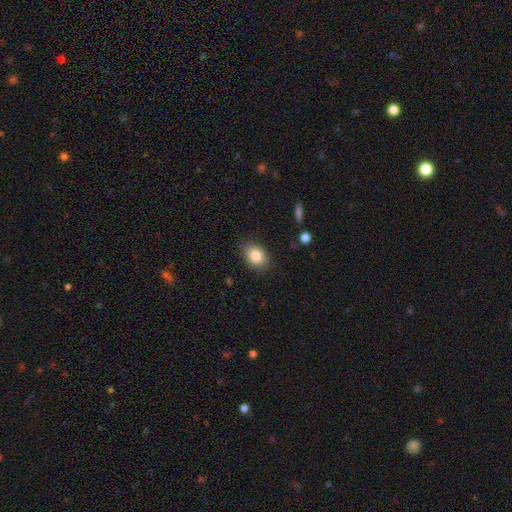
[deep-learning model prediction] smooth_or_featured: smooth (p=0.85) [alt: star or artifact p=0.08]
how_rounded: in between (p=0.76) [alt: round p=0.23]
merging: none (p=0.84) [alt: minor disturbance p=0.12]